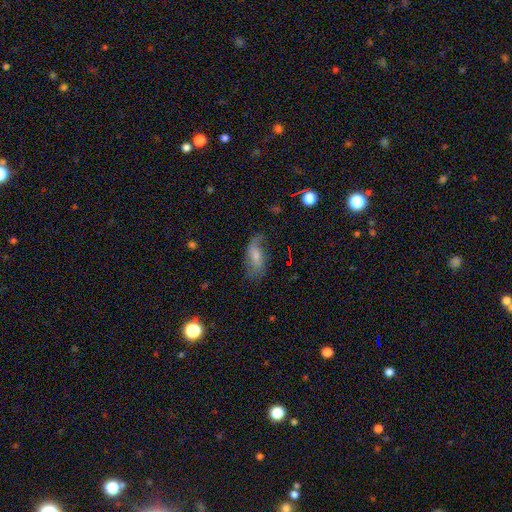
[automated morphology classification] Smooth or featured?
  - smooth: 57% *
  - featured or disk: 34%
  - star or artifact: 9%
How rounded?
  - in between: 84% *
  - cigar-shaped: 12%
  - round: 3%
Merging?
  - none: 53% *
  - minor disturbance: 28%
  - major disturbance: 17%
  - merger: 2%